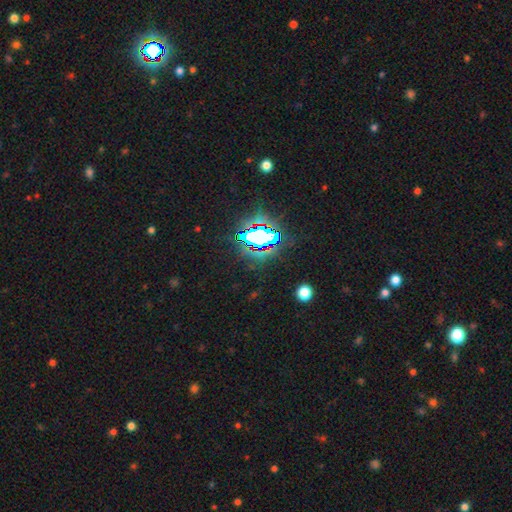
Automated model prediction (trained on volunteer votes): A star or artifact, not a galaxy (83%).